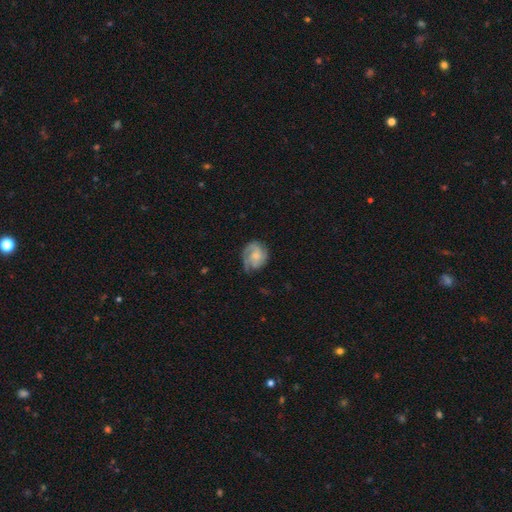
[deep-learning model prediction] Q: Smooth or featured?
A: featured or disk (69%); runner-up: smooth (25%)
Q: Edge-on disk?
A: no (98%); runner-up: yes (2%)
Q: Bar?
A: no (70%); runner-up: weak (26%)
Q: Spiral arms?
A: yes (93%); runner-up: no (7%)
Q: Spiral winding?
A: tight (49%); runner-up: medium (38%)
Q: Spiral arm count?
A: 2 (40%); runner-up: 3 (24%)
Q: Bulge size?
A: small (48%); runner-up: moderate (35%)
Q: Merging?
A: none (61%); runner-up: minor disturbance (26%)